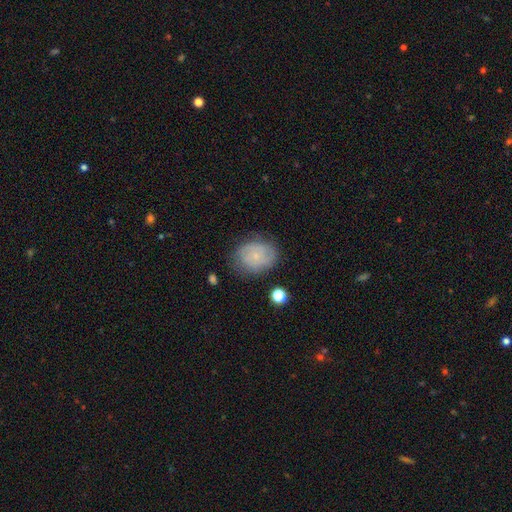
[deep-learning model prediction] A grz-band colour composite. It shows a smooth galaxy with no disk features (49%). Merging: none (71%).